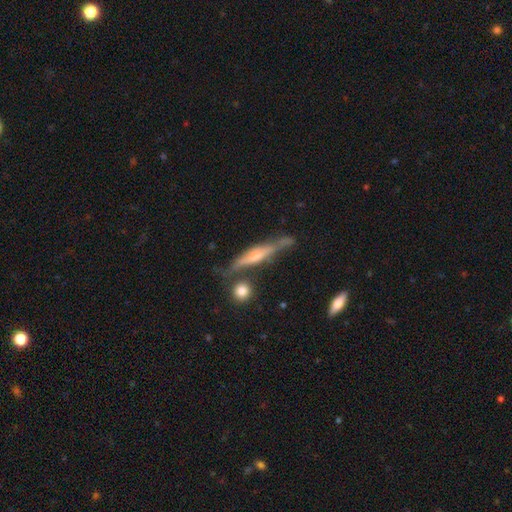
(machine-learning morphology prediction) Smooth or featured: featured or disk — 70% (smooth — 23%)
Edge-on disk: yes — 92% (no — 8%)
Edge-on bulge: rounded — 62% (boxy — 21%)
Merging: none — 67% (minor disturbance — 19%)